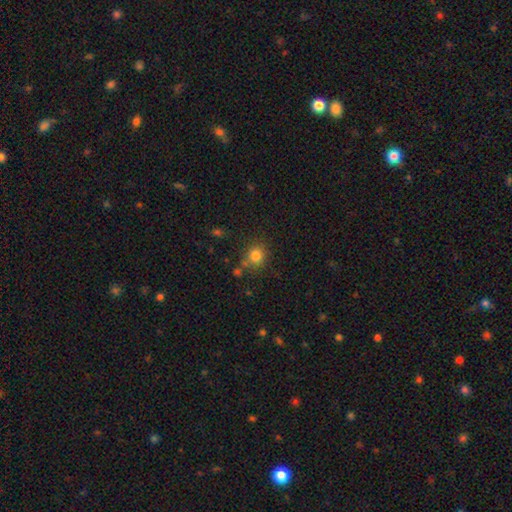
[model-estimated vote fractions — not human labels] A smooth galaxy with no disk features (81%) that is round (85%). Merging: none (75%).